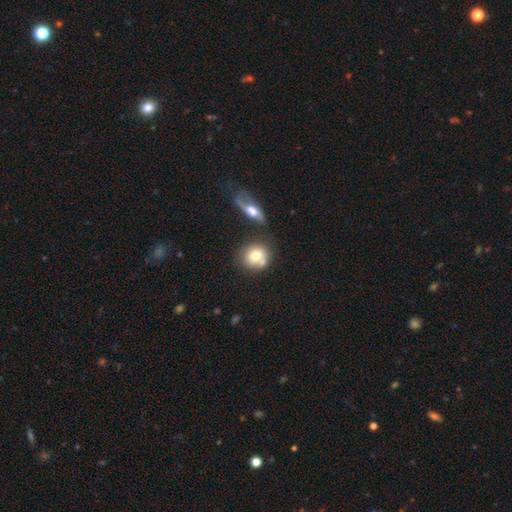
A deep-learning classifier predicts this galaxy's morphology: smooth_or_featured: smooth (p=0.73) [alt: featured or disk p=0.19]
how_rounded: round (p=0.80) [alt: in between p=0.18]
merging: none (p=0.51) [alt: merger p=0.29]